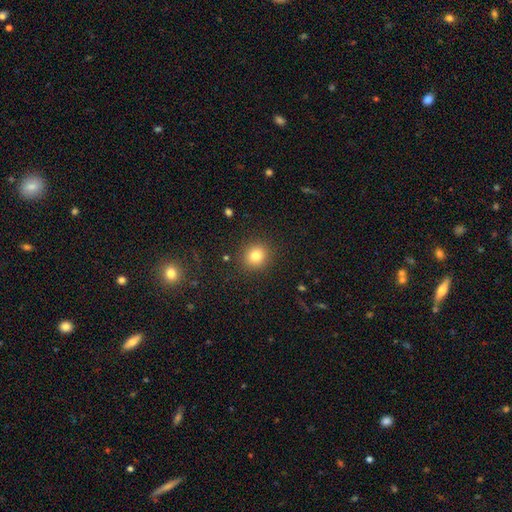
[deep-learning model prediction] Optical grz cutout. It shows a smooth galaxy with no disk features (80%) that is round (85%). Merging: none (89%).